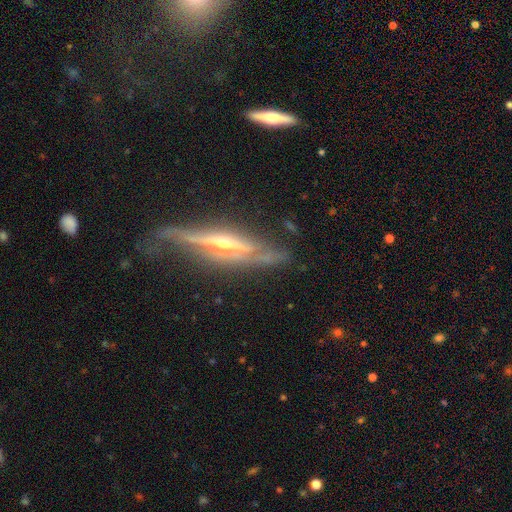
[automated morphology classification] Smooth or featured? featured or disk (83%)
Edge-on disk? yes (81%)
Edge-on bulge? rounded (82%)
Merging? none (60%)